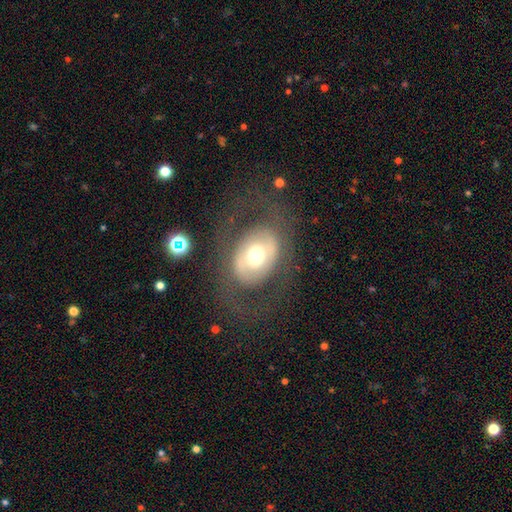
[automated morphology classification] A featured or disk galaxy (47%).

Vote fractions:
- Smooth or featured? featured or disk: 47% / smooth: 44% / star or artifact: 9%
- Merging? none: 71% / major disturbance: 14% / minor disturbance: 12% / merger: 2%